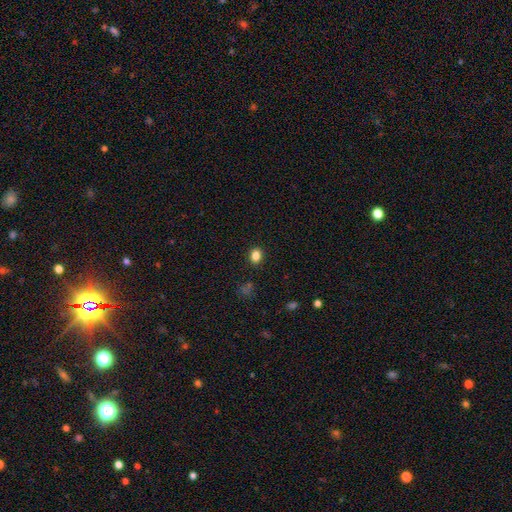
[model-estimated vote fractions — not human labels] Morphology: type=smooth (83%); roundness=in between (54%); merging=none (89%).